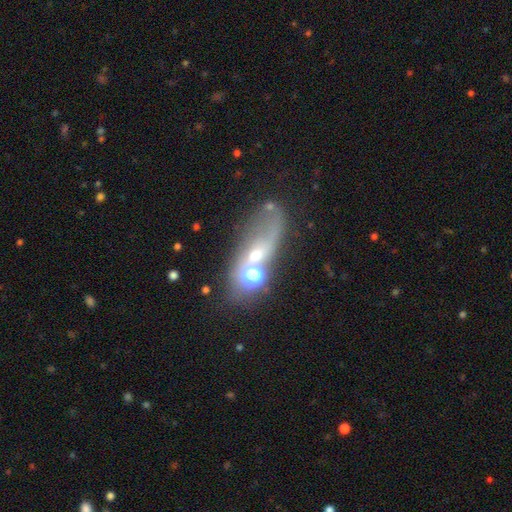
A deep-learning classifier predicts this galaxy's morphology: smooth_or_featured: featured or disk (p=0.39) [alt: smooth p=0.36]
merging: none (p=0.34) [alt: merger p=0.30]